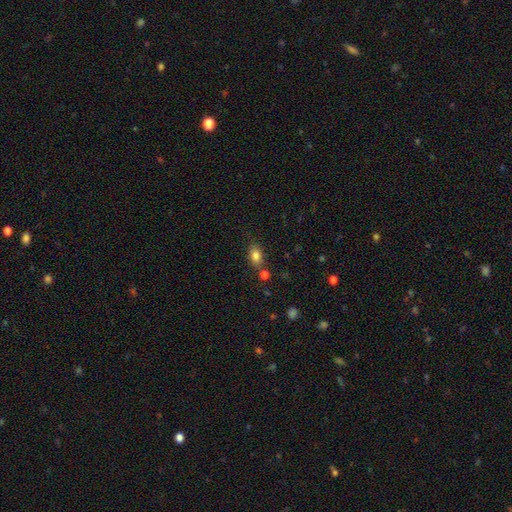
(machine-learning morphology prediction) Overall: smooth (82%). How rounded: in between (78%). Merging: none (70%).